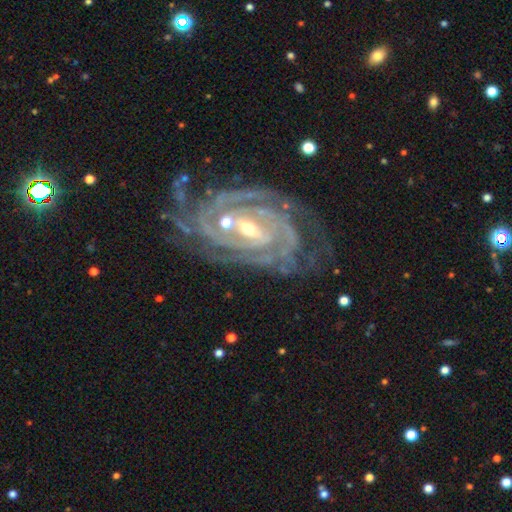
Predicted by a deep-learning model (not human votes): Smooth or featured?
  - featured or disk: 93% *
  - star or artifact: 5%
  - smooth: 3%
Edge-on disk?
  - no: 96% *
  - yes: 4%
Bar?
  - weak: 39% *
  - strong: 38%
  - no: 23%
Spiral arms?
  - yes: 99% *
  - no: 1%
Spiral winding?
  - tight: 76% *
  - medium: 21%
  - loose: 3%
Spiral arm count?
  - 3: 26% *
  - 4: 23%
  - 2: 20%
  - can't tell: 15%
  - more than 4: 9%
  - 1: 7%
Bulge size?
  - small: 53% *
  - moderate: 44%
  - large: 2%
  - none: 1%
  - dominant: 1%
Merging?
  - none: 68% *
  - minor disturbance: 19%
  - major disturbance: 8%
  - merger: 4%